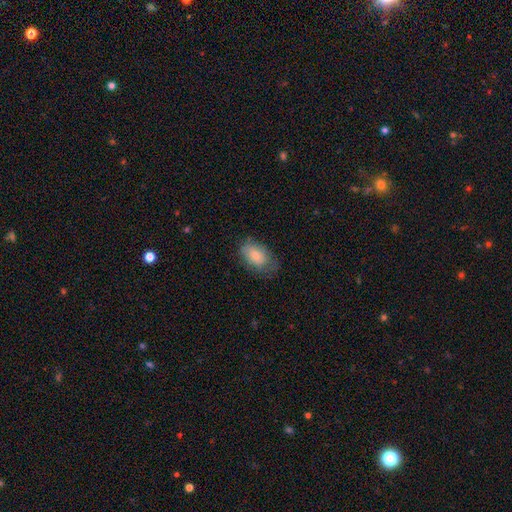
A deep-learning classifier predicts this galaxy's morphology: Smooth or featured?
  - smooth: 79% *
  - featured or disk: 14%
  - star or artifact: 7%
How rounded?
  - in between: 91% *
  - round: 7%
  - cigar-shaped: 2%
Merging?
  - none: 63% *
  - minor disturbance: 27%
  - major disturbance: 9%
  - merger: 1%